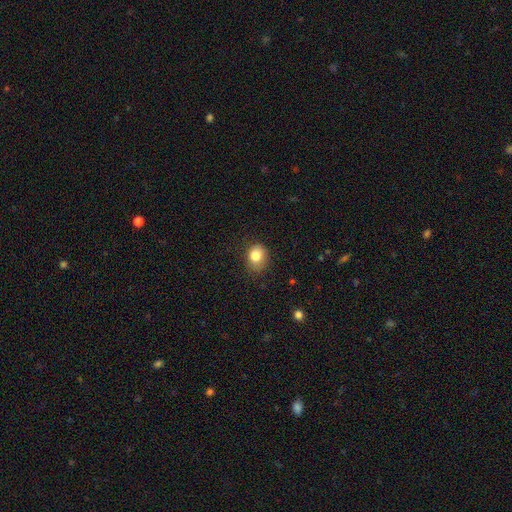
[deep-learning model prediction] smooth-or-featured: smooth: 81% | star or artifact: 10% | featured or disk: 9%
  how-rounded: round: 57% | in between: 42% | cigar-shaped: 1%
  merging: none: 73% | minor disturbance: 20% | major disturbance: 5% | merger: 1%